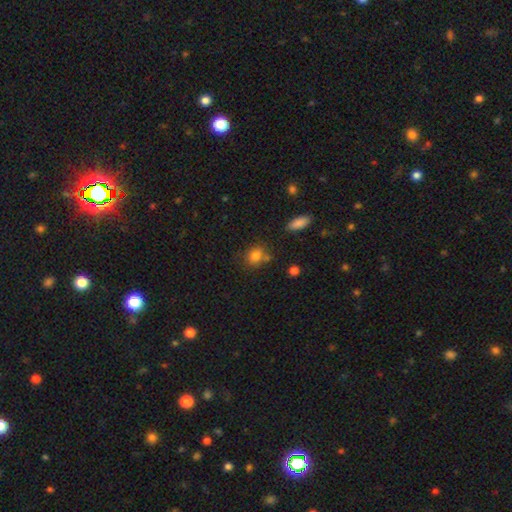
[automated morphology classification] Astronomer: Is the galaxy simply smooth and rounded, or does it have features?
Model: smooth — 81%.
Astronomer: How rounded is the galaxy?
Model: round — 64%.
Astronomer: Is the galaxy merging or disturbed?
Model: none — 67%.